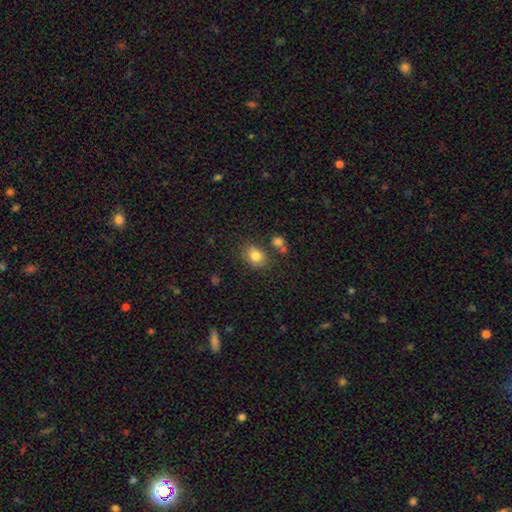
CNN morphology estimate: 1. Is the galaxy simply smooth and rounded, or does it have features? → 82% smooth, 10% star or artifact, 8% featured or disk.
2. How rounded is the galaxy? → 52% in between, 47% round, 1% cigar-shaped.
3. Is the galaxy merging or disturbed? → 74% none, 14% minor disturbance, 8% merger, 4% major disturbance.